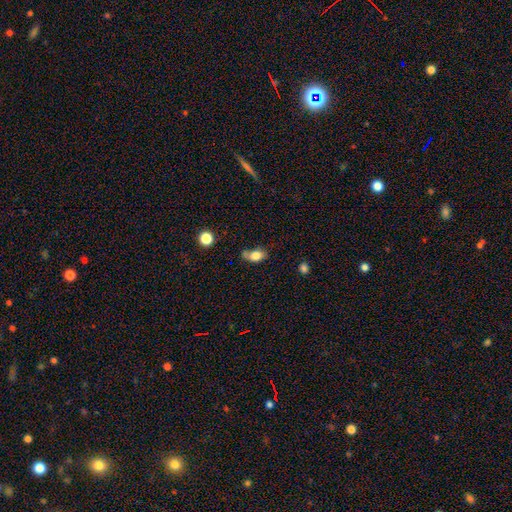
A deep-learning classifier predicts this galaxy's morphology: This appears to be a smooth galaxy with no disk features (78%) that is in between round and cigar-shaped (84%). Merging: none (47%).